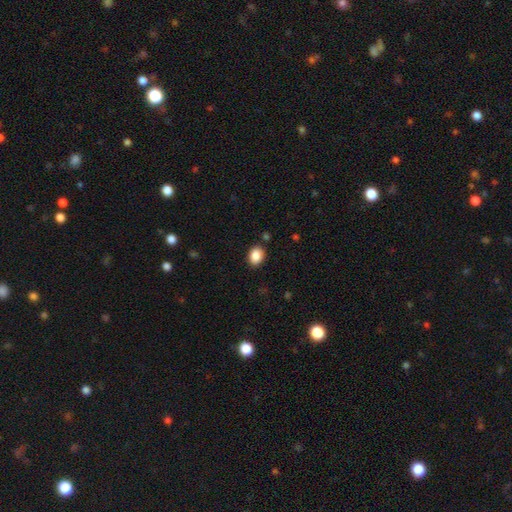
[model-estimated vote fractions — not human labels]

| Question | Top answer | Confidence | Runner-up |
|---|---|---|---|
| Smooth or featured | smooth | 87% | star or artifact (8%) |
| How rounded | in between | 63% | round (36%) |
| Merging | none | 87% | minor disturbance (9%) |